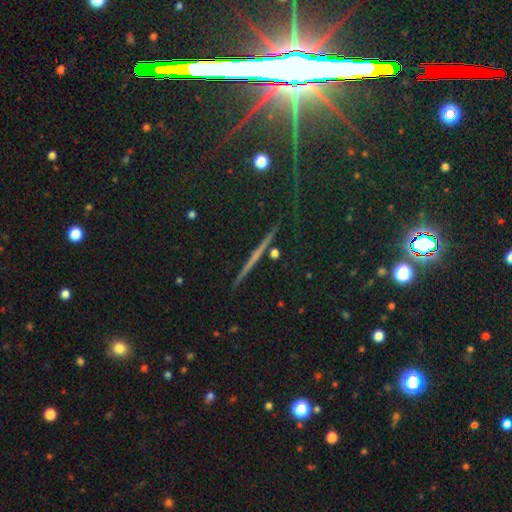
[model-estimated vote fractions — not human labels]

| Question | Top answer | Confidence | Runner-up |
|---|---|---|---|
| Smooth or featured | featured or disk | 48% | star or artifact (30%) |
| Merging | none | 92% | minor disturbance (5%) |